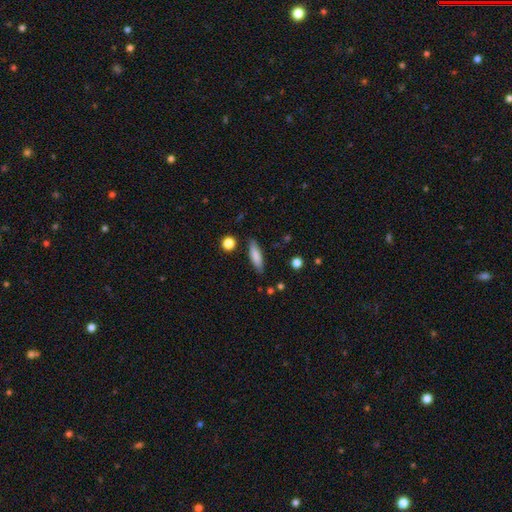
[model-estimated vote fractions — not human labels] Q: Smooth or featured?
A: smooth (79%); runner-up: featured or disk (14%)
Q: How rounded?
A: cigar-shaped (63%); runner-up: in between (35%)
Q: Merging?
A: none (85%); runner-up: minor disturbance (11%)